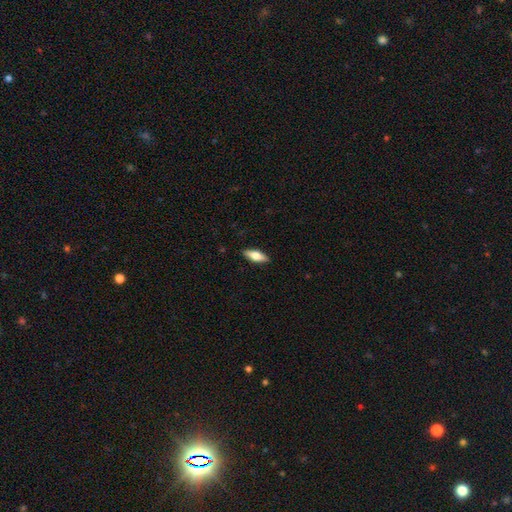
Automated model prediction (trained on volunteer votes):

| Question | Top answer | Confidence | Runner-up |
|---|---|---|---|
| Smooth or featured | smooth | 58% | featured or disk (36%) |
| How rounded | in between | 64% | cigar-shaped (33%) |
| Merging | none | 89% | minor disturbance (8%) |